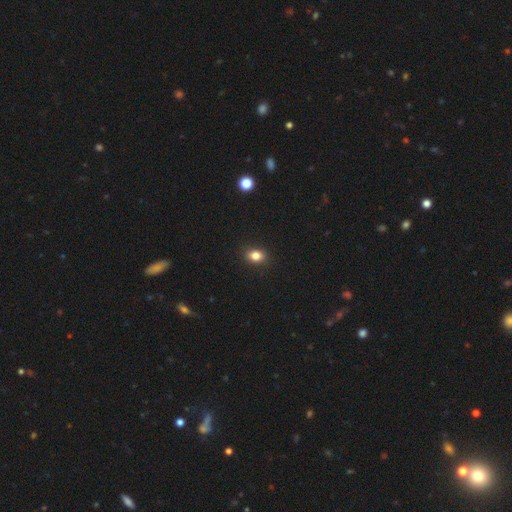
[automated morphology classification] Q: Smooth or featured?
A: smooth (83%); runner-up: star or artifact (11%)
Q: How rounded?
A: in between (67%); runner-up: round (31%)
Q: Merging?
A: none (89%); runner-up: minor disturbance (8%)